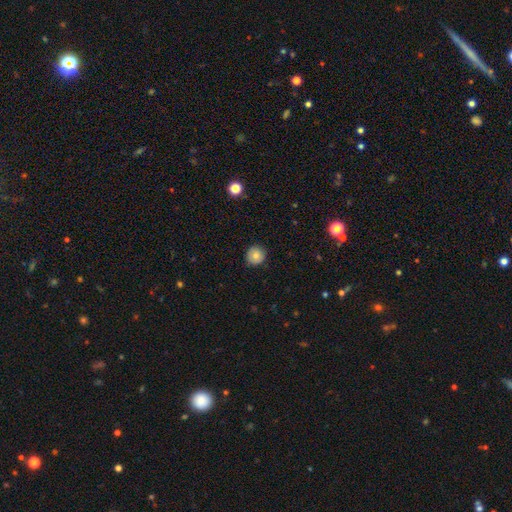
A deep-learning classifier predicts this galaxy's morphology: Smooth or featured?
  - smooth: 80% *
  - featured or disk: 11%
  - star or artifact: 9%
How rounded?
  - round: 93% *
  - in between: 6%
  - cigar-shaped: 1%
Merging?
  - none: 88% *
  - minor disturbance: 9%
  - major disturbance: 2%
  - merger: 1%